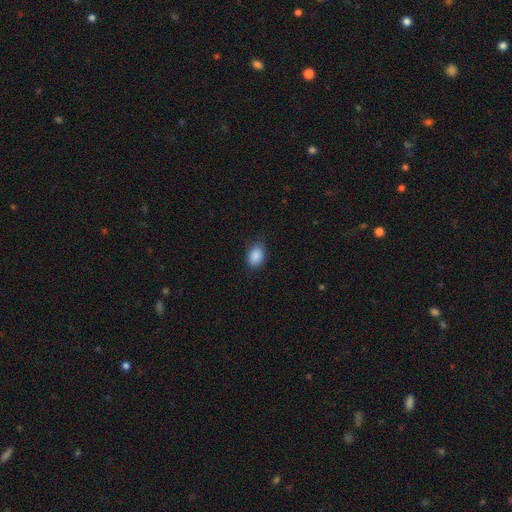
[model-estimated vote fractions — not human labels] smooth 89%, star or artifact 8%, featured or disk 3%. Down the decision tree: how rounded — in between (82%); merging — none (80%).